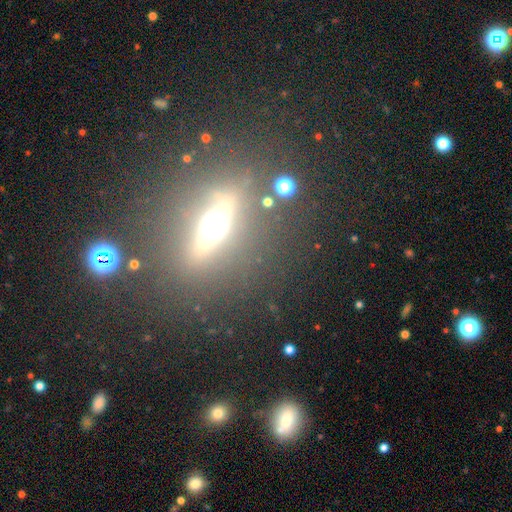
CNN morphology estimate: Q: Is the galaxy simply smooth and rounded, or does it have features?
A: featured or disk — 61%.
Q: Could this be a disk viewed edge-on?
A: yes — 82%.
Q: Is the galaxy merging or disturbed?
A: none — 80%.